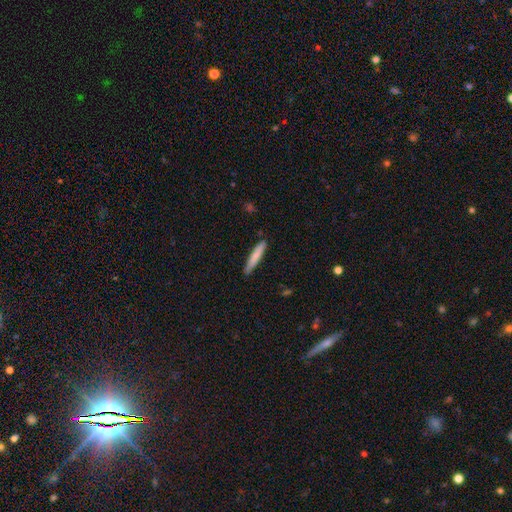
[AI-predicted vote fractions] smooth_or_featured: smooth (p=0.79) [alt: featured or disk p=0.16]
how_rounded: cigar-shaped (p=0.92) [alt: in between p=0.07]
merging: none (p=0.85) [alt: minor disturbance p=0.12]